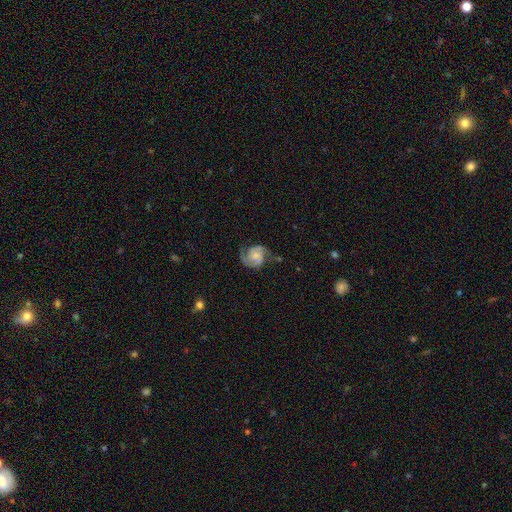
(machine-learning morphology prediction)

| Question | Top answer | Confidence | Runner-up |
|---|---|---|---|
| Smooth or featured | featured or disk | 84% | smooth (11%) |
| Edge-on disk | no | 98% | yes (2%) |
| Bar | no | 67% | weak (27%) |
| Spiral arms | yes | 97% | no (3%) |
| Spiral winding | medium | 47% | tight (38%) |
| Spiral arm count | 2 | 87% | can't tell (4%) |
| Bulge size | small | 51% | moderate (31%) |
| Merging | none | 68% | minor disturbance (20%) |